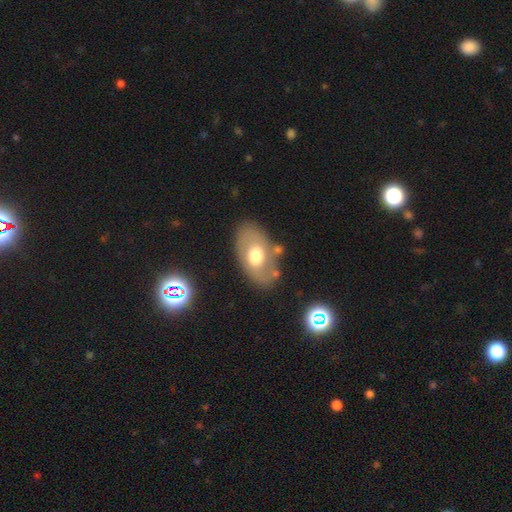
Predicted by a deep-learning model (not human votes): Morphology: type=smooth (55%); roundness=in between (89%); merging=none (73%).